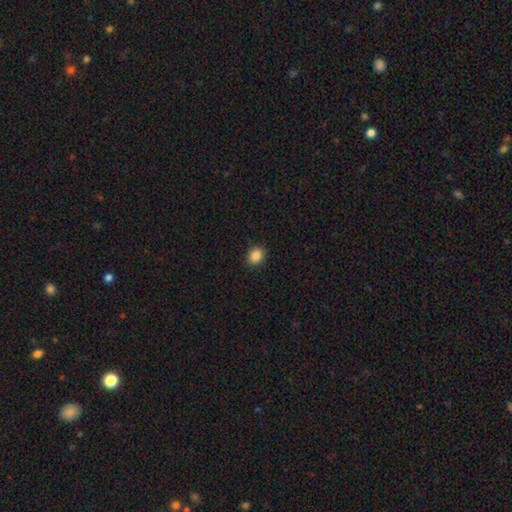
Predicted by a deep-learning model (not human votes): smooth 86%, star or artifact 10%, featured or disk 4%. Down the decision tree: how rounded — round (70%); merging — none (90%).